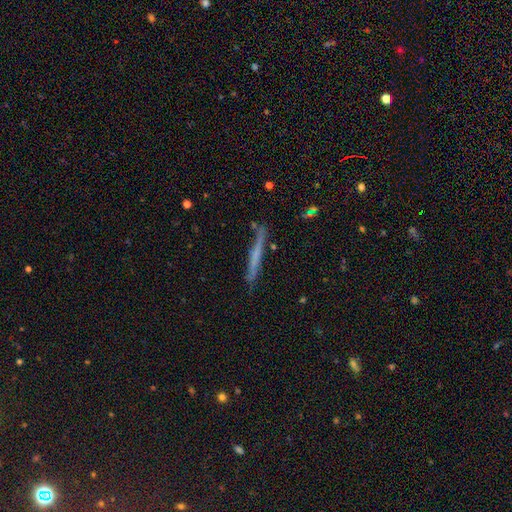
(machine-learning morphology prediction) Overall: smooth (47%; featured or disk 46%). Merging: none (83%).